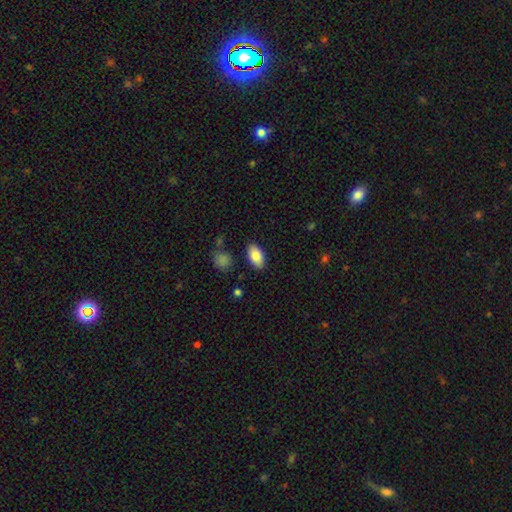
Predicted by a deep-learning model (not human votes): A smooth galaxy with no disk features (83%) that is in between round and cigar-shaped (93%). Merging: none (87%).